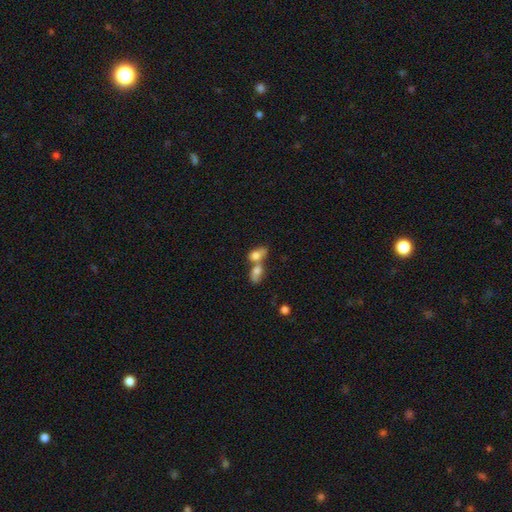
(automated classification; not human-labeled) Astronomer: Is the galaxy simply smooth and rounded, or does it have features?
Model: smooth — 71%.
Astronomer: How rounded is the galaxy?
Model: in between — 71%.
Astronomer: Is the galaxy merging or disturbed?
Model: merger — 73%.